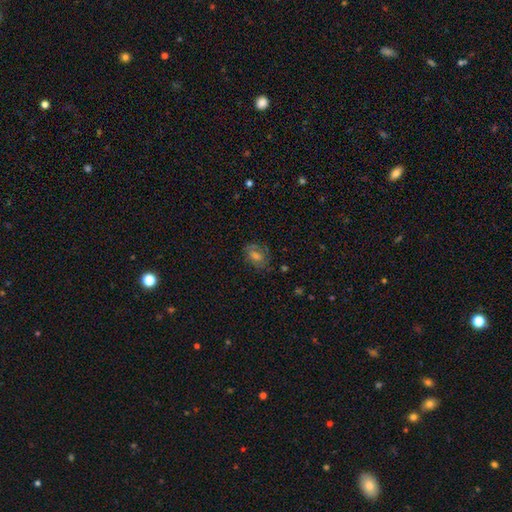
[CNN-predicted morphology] Q: Smooth or featured?
A: smooth (41%); runner-up: featured or disk (34%)
Q: Merging?
A: none (70%); runner-up: minor disturbance (18%)